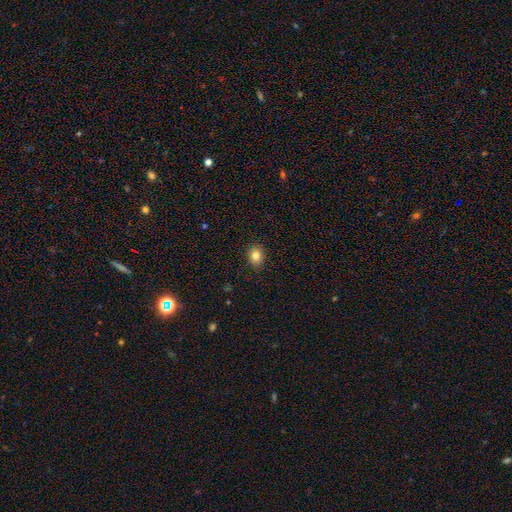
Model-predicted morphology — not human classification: Smooth or featured?
  - smooth: 83% *
  - star or artifact: 10%
  - featured or disk: 7%
How rounded?
  - in between: 52% *
  - round: 47%
  - cigar-shaped: 1%
Merging?
  - none: 89% *
  - minor disturbance: 8%
  - major disturbance: 2%
  - merger: 1%